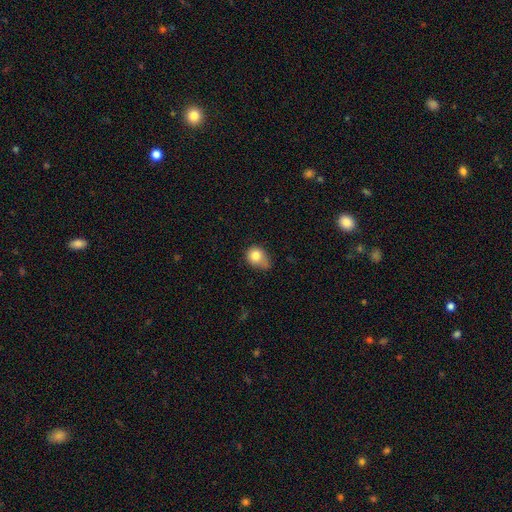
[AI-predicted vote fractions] Smooth or featured? smooth (80%)
How rounded? round (58%)
Merging? minor disturbance (43%)